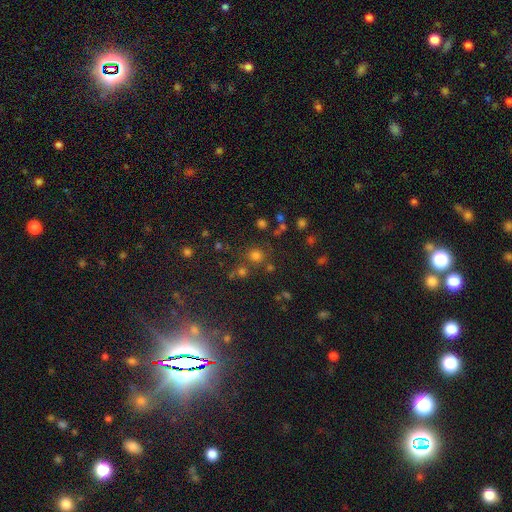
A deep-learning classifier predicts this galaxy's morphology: Smooth or featured? smooth (63%)
How rounded? round (91%)
Merging? none (77%)